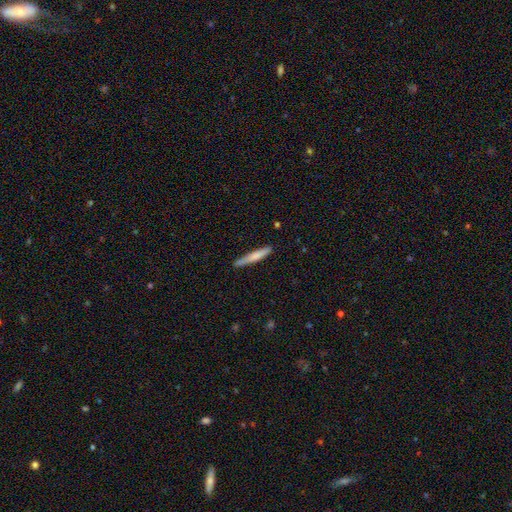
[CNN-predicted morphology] Smooth or featured? Predicted: smooth (p=0.70). How rounded? Predicted: cigar-shaped (p=0.94). Merging? Predicted: none (p=0.84).